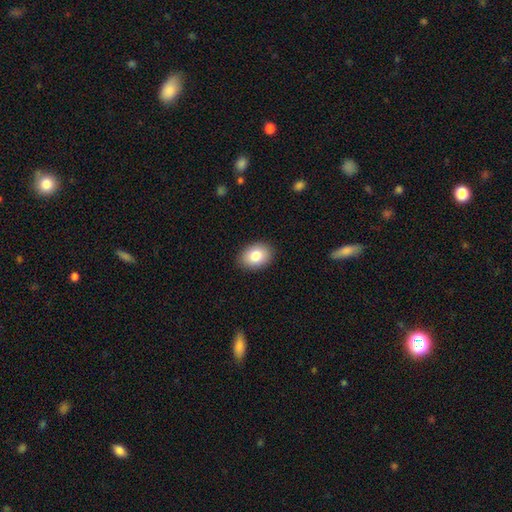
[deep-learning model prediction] This is clearly a smooth galaxy (84%). How rounded: likely in between (74%). Merging: clearly none (89%).